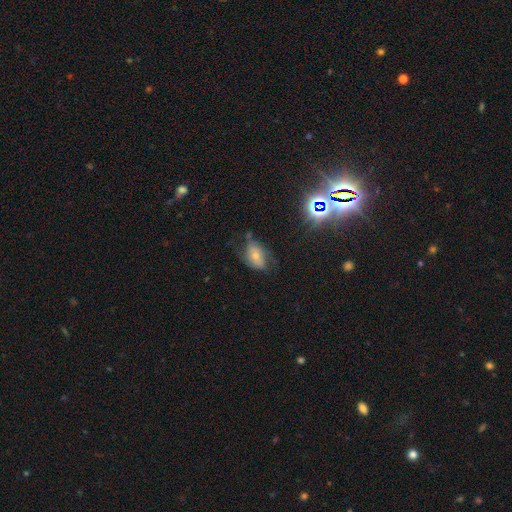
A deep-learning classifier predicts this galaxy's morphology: A smooth galaxy with no disk features (47%). Merging: none (48%).